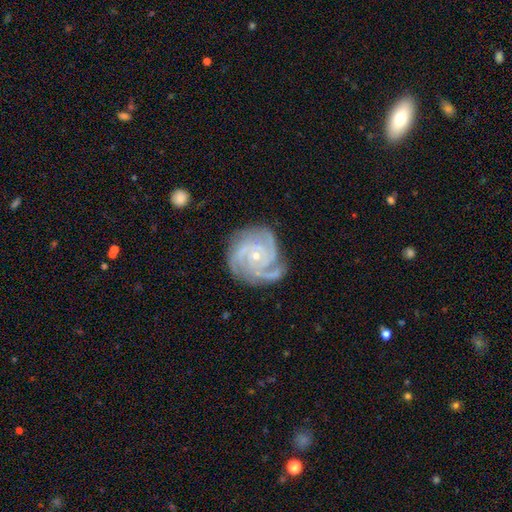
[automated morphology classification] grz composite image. It shows a featured or disk galaxy (91%) with no bar (74%), 3 (51%) tight (71%) spiral arms (98%) and a small central bulge (76%). Merging: none (71%).